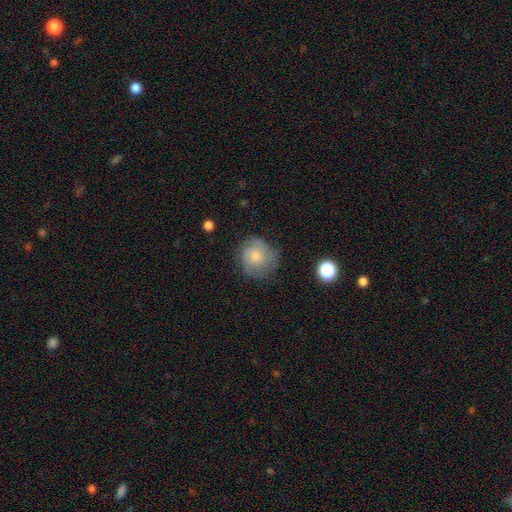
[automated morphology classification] The model was most divided on "smooth or featured": smooth: 55%, featured or disk: 37%, star or artifact: 8%. More confident: how rounded — round (82%); merging — none (66%).